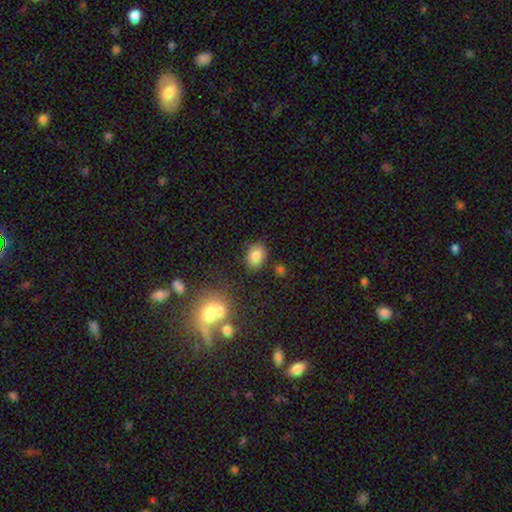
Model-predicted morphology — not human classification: Smooth or featured? smooth (82%)
How rounded? in between (72%)
Merging? none (79%)